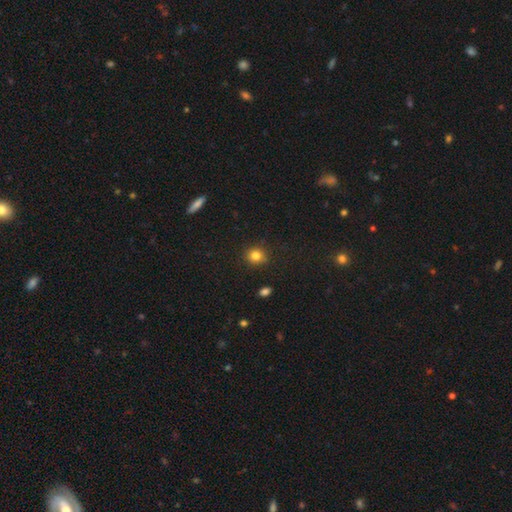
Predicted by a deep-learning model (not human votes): Morphology: type=smooth (83%); roundness=round (86%); merging=none (87%).